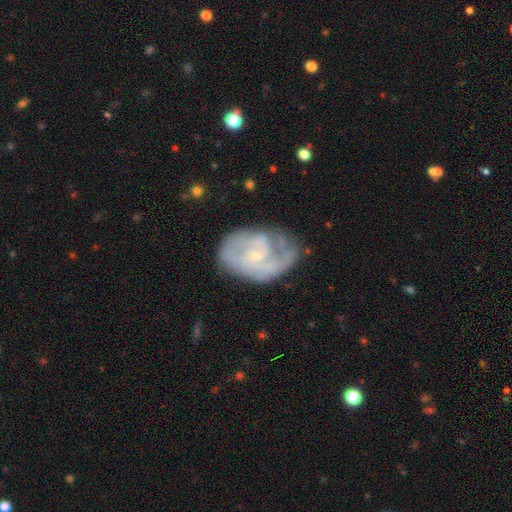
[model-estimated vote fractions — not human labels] The model was most divided on "spiral winding": tight: 46%, medium: 40%, loose: 14%. Remaining: edge-on disk — no (97%); spiral arms — yes (91%); smooth or featured — featured or disk (81%); bulge size — small (76%); bar — no (58%); merging — none (56%); spiral arm count — 2 (47%).